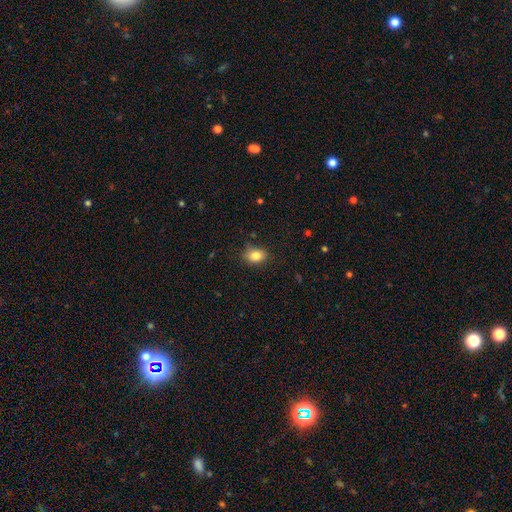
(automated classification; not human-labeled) Smooth or featured? Predicted: smooth (p=0.82). How rounded? Predicted: in between (p=0.63). Merging? Predicted: none (p=0.80).